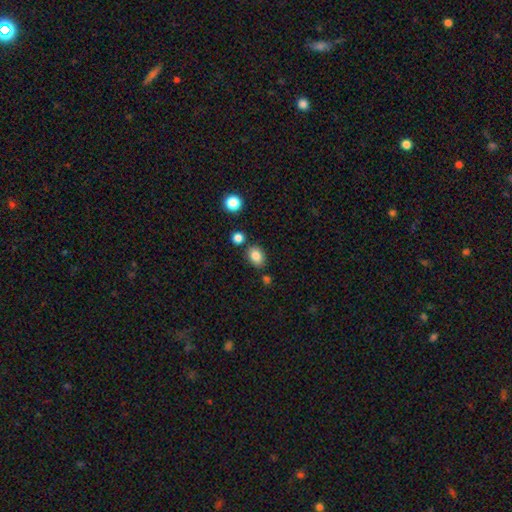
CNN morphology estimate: type=smooth (84%); roundness=in between (68%); merging=none (76%).